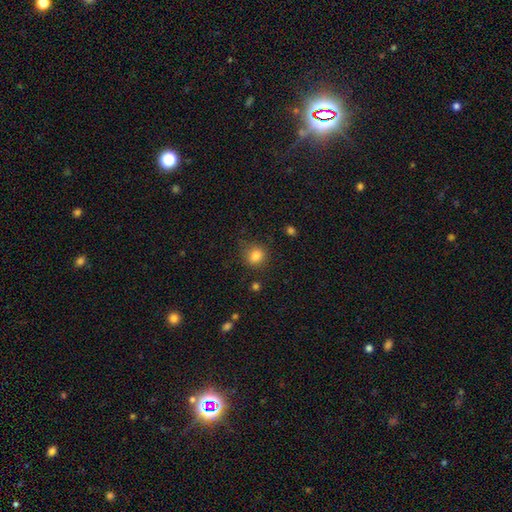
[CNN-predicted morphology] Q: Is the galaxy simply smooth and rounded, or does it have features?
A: smooth — 83%.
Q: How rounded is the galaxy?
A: round — 74%.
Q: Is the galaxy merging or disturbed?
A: none — 73%.